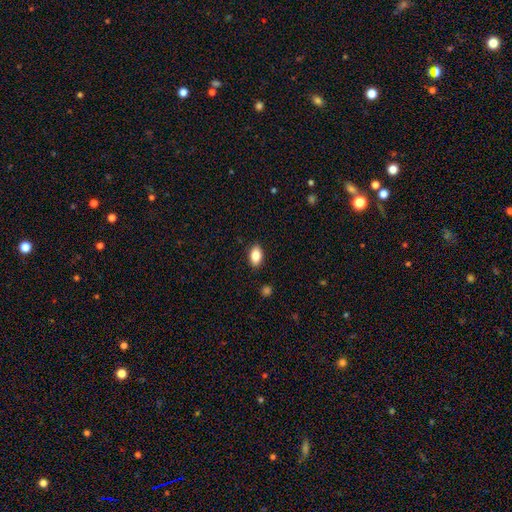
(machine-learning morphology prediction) Smooth or featured? Predicted: smooth (p=0.84). How rounded? Predicted: in between (p=0.91). Merging? Predicted: none (p=0.88).